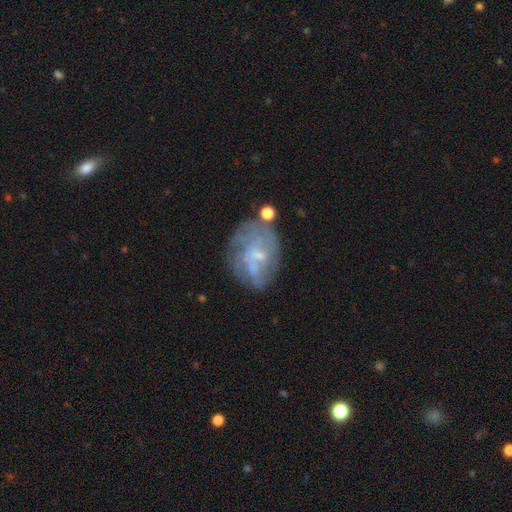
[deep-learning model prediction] Smooth or featured? Predicted: featured or disk (p=0.63). Edge-on disk? Predicted: no (p=0.97). Bar? Predicted: no (p=0.58). Spiral arms? Predicted: yes (p=0.60). Bulge size? Predicted: small (p=0.60). Merging? Predicted: none (p=0.50).